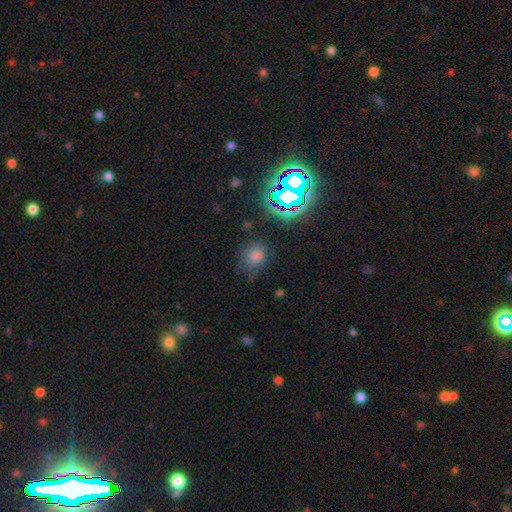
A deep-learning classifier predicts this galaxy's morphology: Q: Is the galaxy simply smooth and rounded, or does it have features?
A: smooth — 60%.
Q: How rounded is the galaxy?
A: round — 68%.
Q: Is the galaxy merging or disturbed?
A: none — 71%.